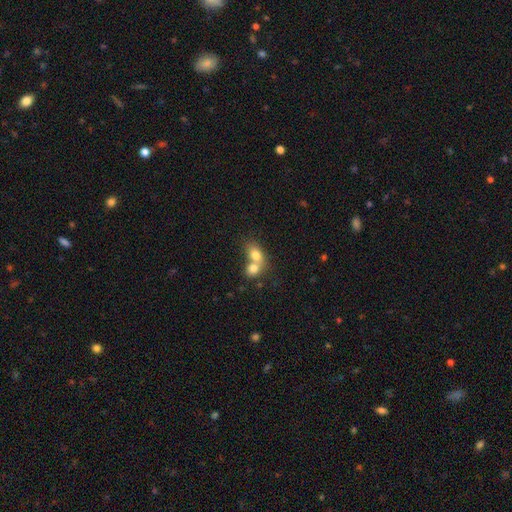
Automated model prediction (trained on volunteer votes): This appears to be a smooth galaxy with no disk features (76%) that is in between round and cigar-shaped (64%). Merging: merger (71%).